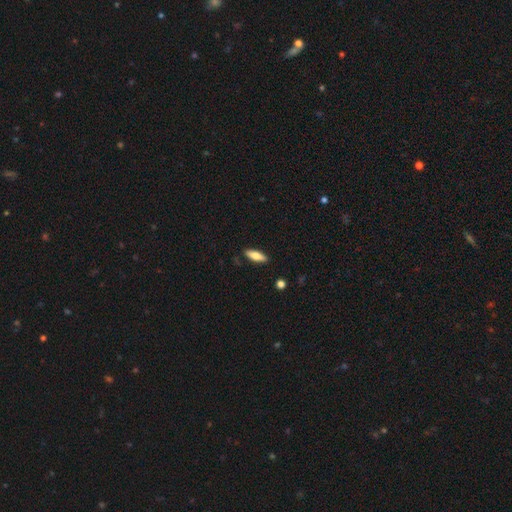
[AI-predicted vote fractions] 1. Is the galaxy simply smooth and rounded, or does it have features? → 66% smooth, 28% featured or disk, 6% star or artifact.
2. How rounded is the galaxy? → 54% in between, 44% cigar-shaped, 2% round.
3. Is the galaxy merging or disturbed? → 88% none, 9% minor disturbance, 2% major disturbance, 1% merger.